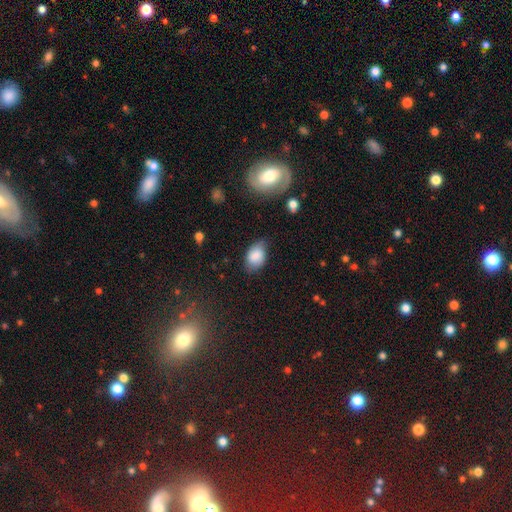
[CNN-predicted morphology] smooth_or_featured: smooth (p=0.82) [alt: featured or disk p=0.10]
how_rounded: in between (p=0.85) [alt: round p=0.14]
merging: none (p=0.61) [alt: minor disturbance p=0.31]